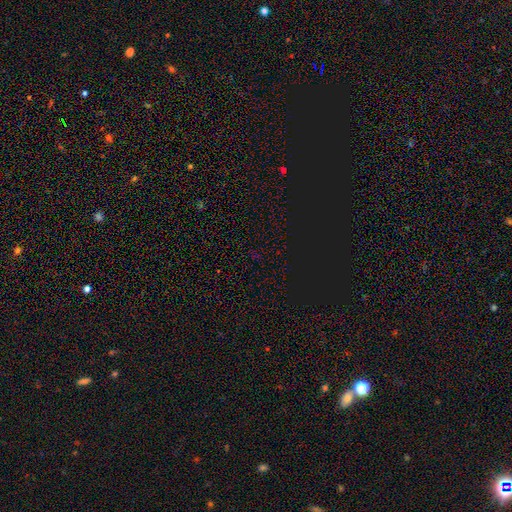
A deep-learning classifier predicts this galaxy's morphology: This is likely a star or artifact rather than a galaxy (76%).